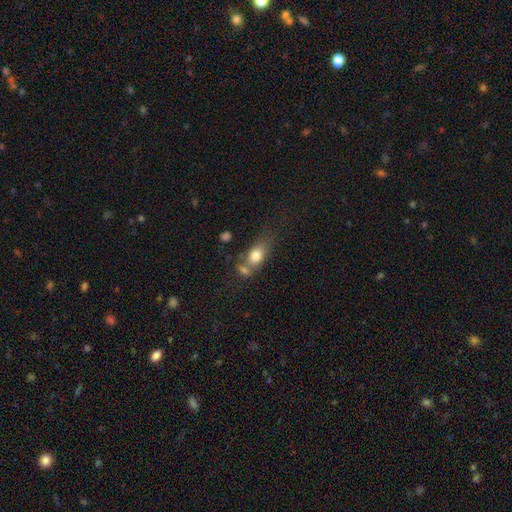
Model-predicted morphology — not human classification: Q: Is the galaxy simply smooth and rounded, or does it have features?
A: smooth — 76%.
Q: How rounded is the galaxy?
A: in between — 72%.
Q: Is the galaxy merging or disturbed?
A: merger — 39%.